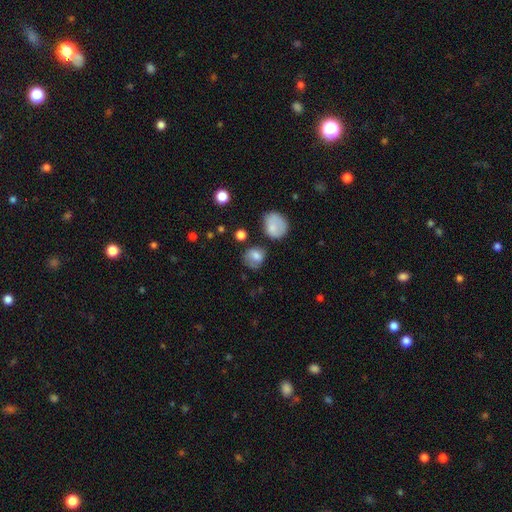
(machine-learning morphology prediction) smooth-or-featured: smooth: 78% | featured or disk: 12% | star or artifact: 10%
  how-rounded: round: 66% | in between: 33% | cigar-shaped: 1%
  merging: none: 55% | minor disturbance: 26% | major disturbance: 13% | merger: 6%